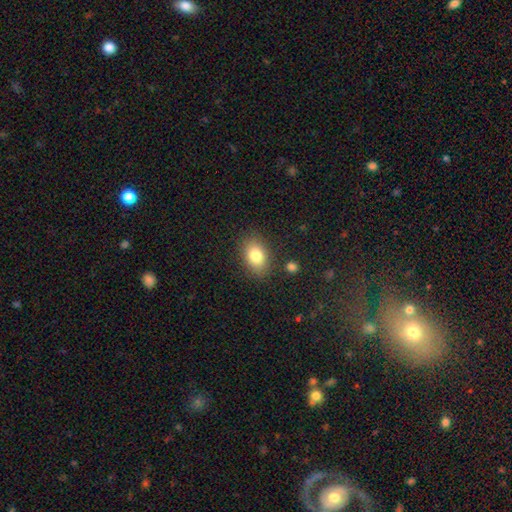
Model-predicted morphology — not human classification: Smooth or featured?
  - smooth: 81% *
  - featured or disk: 11%
  - star or artifact: 9%
How rounded?
  - in between: 81% *
  - round: 18%
  - cigar-shaped: 1%
Merging?
  - none: 83% *
  - minor disturbance: 11%
  - major disturbance: 3%
  - merger: 3%